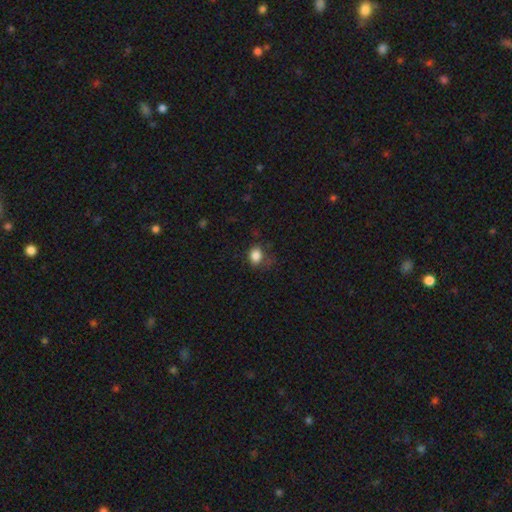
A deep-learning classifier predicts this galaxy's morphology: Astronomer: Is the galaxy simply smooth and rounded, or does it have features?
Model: smooth — 84%.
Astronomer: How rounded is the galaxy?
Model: in between — 54% (runner-up: round, 45%).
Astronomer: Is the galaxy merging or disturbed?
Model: none — 61%.